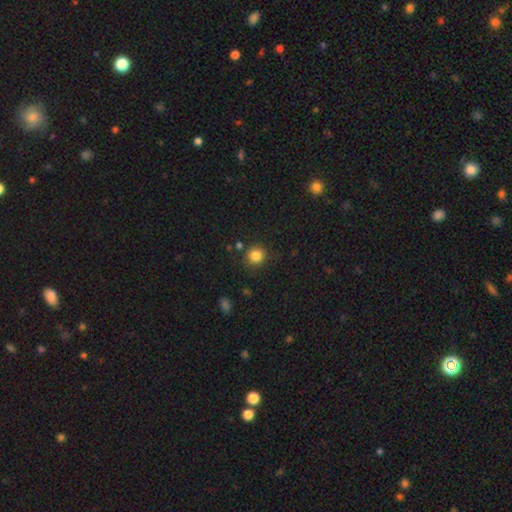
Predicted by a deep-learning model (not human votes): Overall: smooth (83%). How rounded: round (90%). Merging: none (86%).